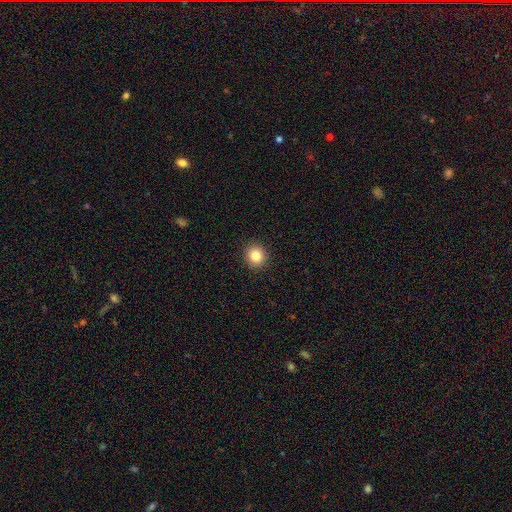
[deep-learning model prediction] Morphology: type=smooth (84%); roundness=round (88%); merging=none (92%).